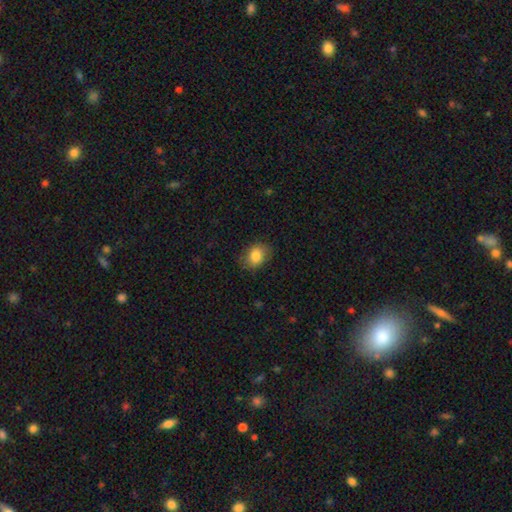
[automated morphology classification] The model was most divided on "how rounded": in between: 58%, round: 41%, cigar-shaped: 1%. More confident: smooth or featured — smooth (83%); merging — none (80%).